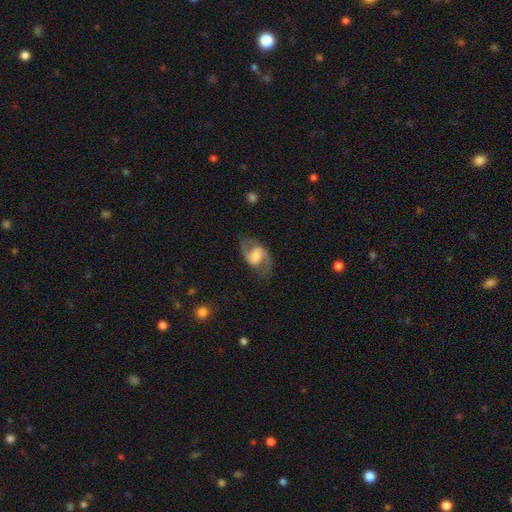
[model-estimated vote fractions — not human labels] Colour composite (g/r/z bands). It shows a featured or disk galaxy (81%) with a weak bar (50%), 2 (92%) medium (53%) spiral arms (94%) and a moderate central bulge (42%). Merging: none (77%).